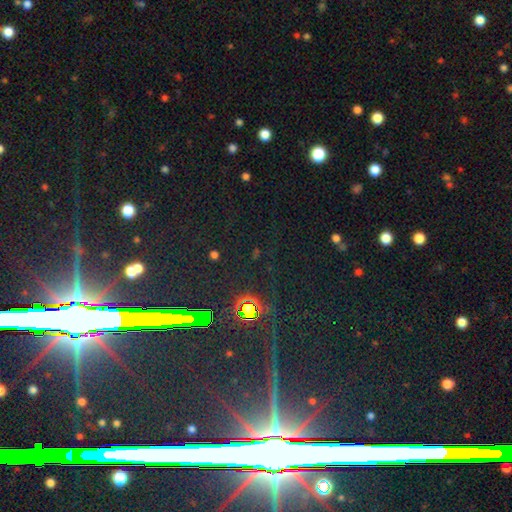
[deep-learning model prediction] Smooth or featured? star or artifact (81%)